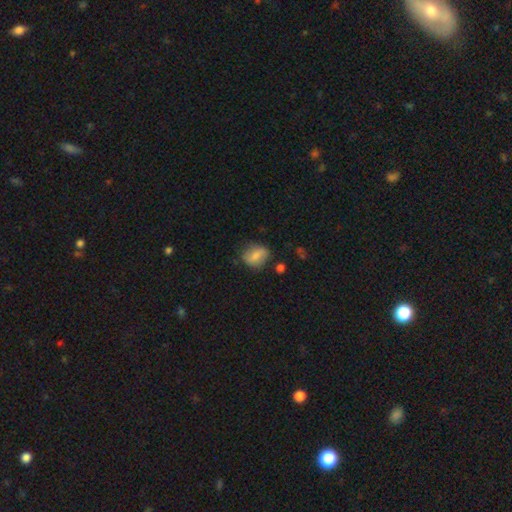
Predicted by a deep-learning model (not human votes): Q: Smooth or featured?
A: smooth (71%); runner-up: featured or disk (21%)
Q: How rounded?
A: in between (53%); runner-up: round (45%)
Q: Merging?
A: none (73%); runner-up: minor disturbance (19%)